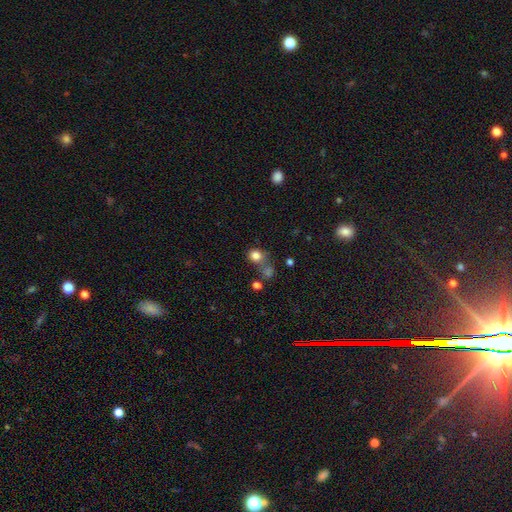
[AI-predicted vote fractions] A smooth galaxy with no disk features (80%) that is round (79%).

Vote fractions:
- Smooth or featured? smooth: 80% / star or artifact: 13% / featured or disk: 7%
- How rounded? round: 79% / in between: 20% / cigar-shaped: 1%
- Merging? none: 53% / merger: 24% / minor disturbance: 14% / major disturbance: 8%